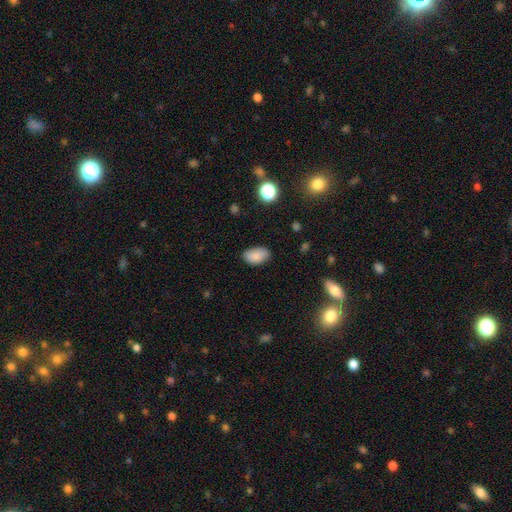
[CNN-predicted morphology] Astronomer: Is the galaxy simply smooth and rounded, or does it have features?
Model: smooth — 86%.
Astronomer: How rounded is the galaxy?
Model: in between — 92%.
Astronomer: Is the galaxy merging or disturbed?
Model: none — 82%.